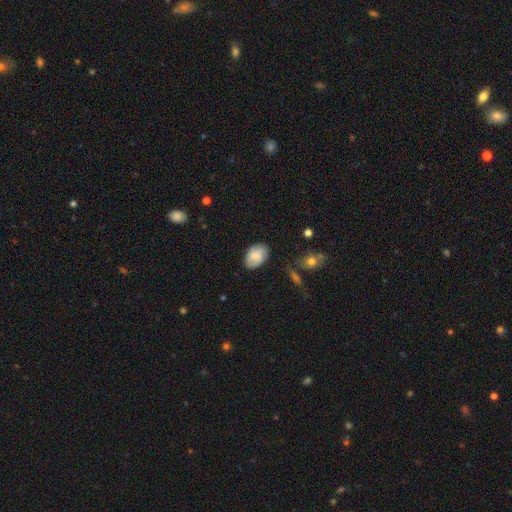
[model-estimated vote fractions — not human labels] Q: Smooth or featured?
A: smooth (74%); runner-up: featured or disk (19%)
Q: How rounded?
A: in between (87%); runner-up: round (11%)
Q: Merging?
A: none (78%); runner-up: minor disturbance (17%)